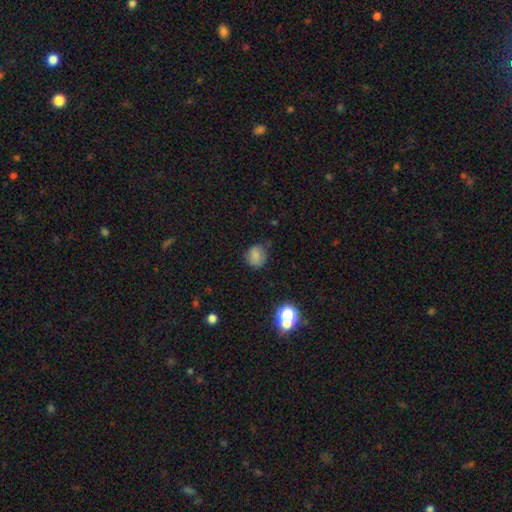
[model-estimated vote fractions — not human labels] Smooth or featured?
  - smooth: 78% *
  - star or artifact: 13%
  - featured or disk: 9%
How rounded?
  - round: 69% *
  - in between: 30%
  - cigar-shaped: 1%
Merging?
  - none: 65% *
  - minor disturbance: 26%
  - major disturbance: 7%
  - merger: 2%